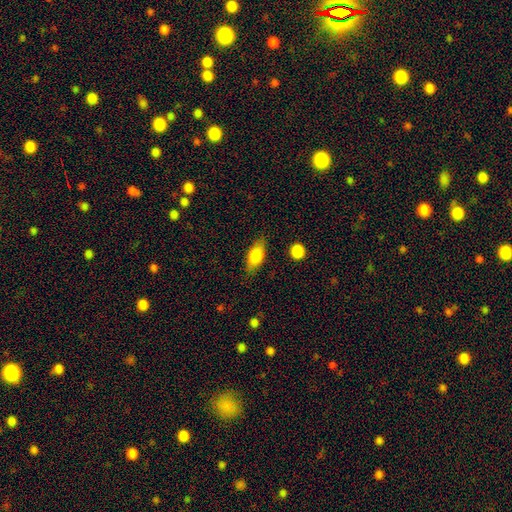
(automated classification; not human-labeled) smooth-or-featured: smooth: 74% | featured or disk: 19% | star or artifact: 7%
  how-rounded: in between: 79% | cigar-shaped: 17% | round: 5%
  merging: none: 81% | minor disturbance: 14% | major disturbance: 4% | merger: 2%